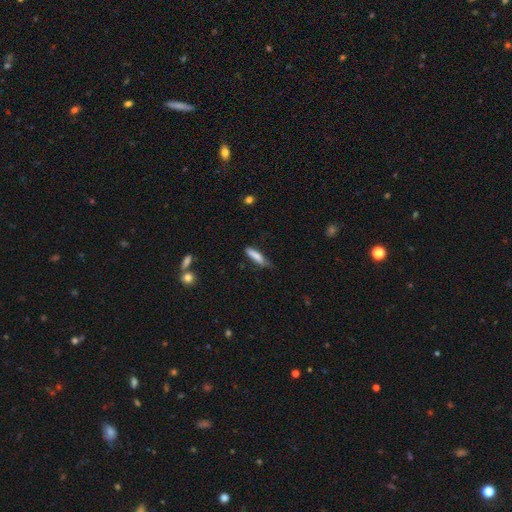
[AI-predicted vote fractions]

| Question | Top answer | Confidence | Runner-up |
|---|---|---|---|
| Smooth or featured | smooth | 79% | featured or disk (14%) |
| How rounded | cigar-shaped | 76% | in between (22%) |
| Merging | none | 58% | minor disturbance (32%) |